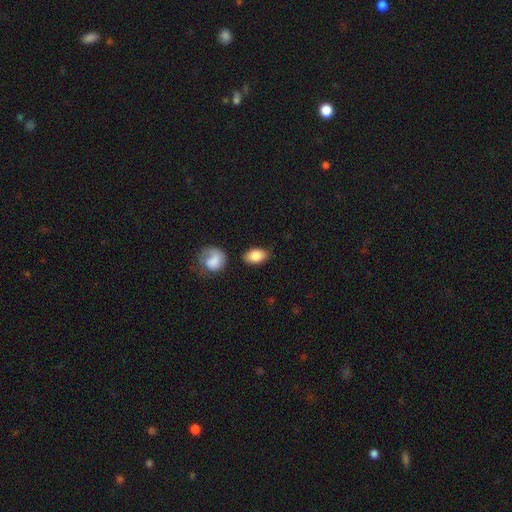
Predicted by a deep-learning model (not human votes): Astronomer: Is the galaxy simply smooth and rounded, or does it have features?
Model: smooth — 83%.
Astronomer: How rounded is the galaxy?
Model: in between — 86%.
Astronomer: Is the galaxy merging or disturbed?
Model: none — 78%.